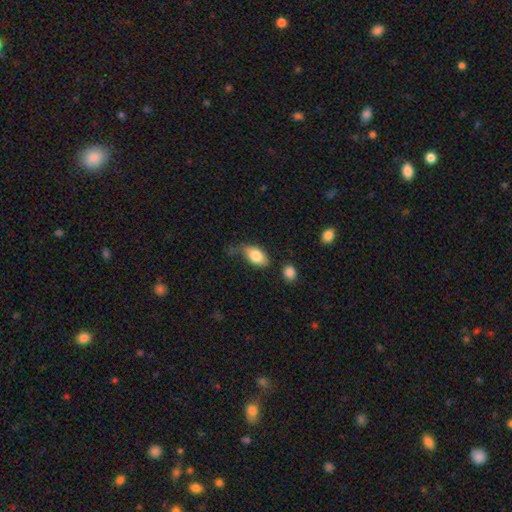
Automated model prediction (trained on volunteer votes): Q: Smooth or featured?
A: smooth (80%); runner-up: featured or disk (13%)
Q: How rounded?
A: in between (90%); runner-up: round (6%)
Q: Merging?
A: none (47%); runner-up: minor disturbance (31%)